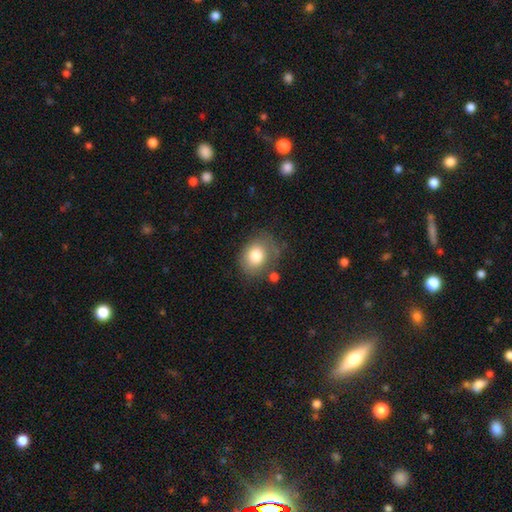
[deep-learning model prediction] Smooth or featured? Predicted: smooth (p=0.78). How rounded? Predicted: round (p=0.53). Merging? Predicted: none (p=0.61).